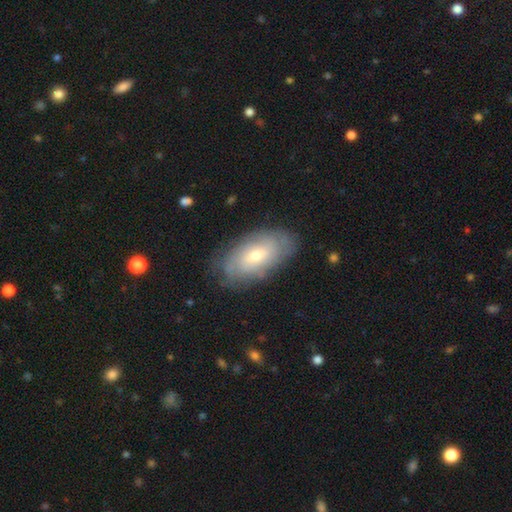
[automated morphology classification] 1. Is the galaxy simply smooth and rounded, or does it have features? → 51% featured or disk, 42% smooth, 7% star or artifact.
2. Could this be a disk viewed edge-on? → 90% no, 10% yes.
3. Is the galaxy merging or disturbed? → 79% none, 15% minor disturbance, 4% major disturbance, 1% merger.